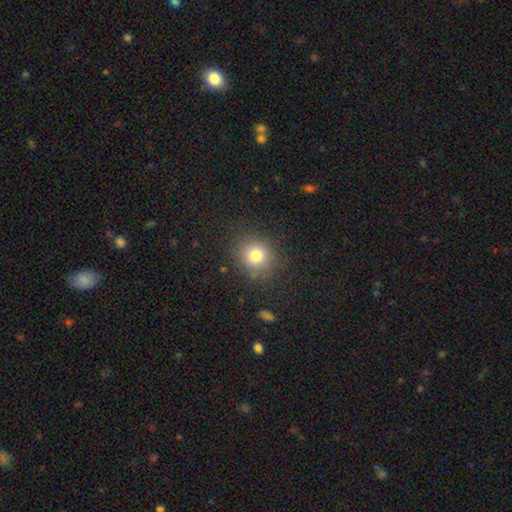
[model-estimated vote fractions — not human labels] A smooth galaxy with no disk features (77%) that is round (85%). Merging: none (85%).